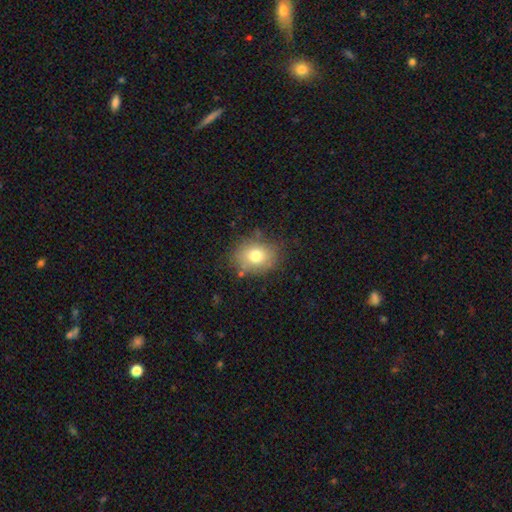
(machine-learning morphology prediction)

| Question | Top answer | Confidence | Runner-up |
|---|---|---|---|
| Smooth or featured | smooth | 76% | featured or disk (13%) |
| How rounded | in between | 50% | round (49%) |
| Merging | none | 77% | minor disturbance (15%) |